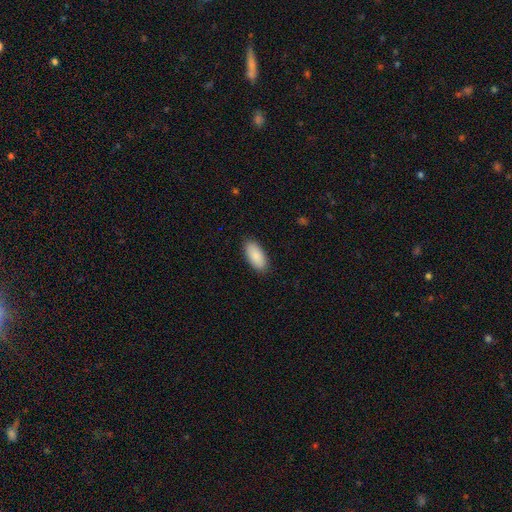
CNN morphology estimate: Smooth or featured?
  - smooth: 89% *
  - star or artifact: 6%
  - featured or disk: 5%
How rounded?
  - in between: 92% *
  - cigar-shaped: 6%
  - round: 2%
Merging?
  - none: 89% *
  - minor disturbance: 8%
  - major disturbance: 2%
  - merger: 1%